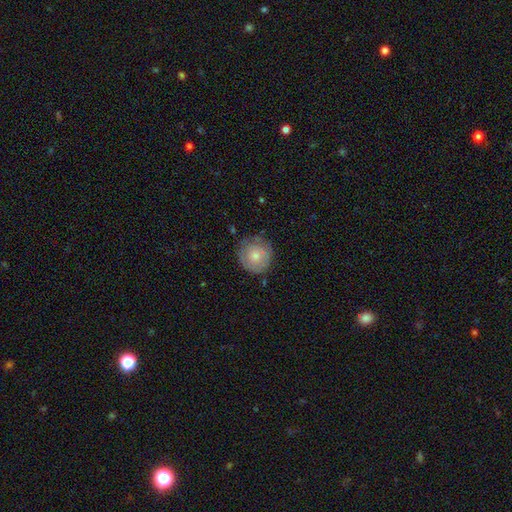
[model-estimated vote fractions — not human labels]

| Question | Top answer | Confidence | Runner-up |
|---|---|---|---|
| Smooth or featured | smooth | 58% | featured or disk (35%) |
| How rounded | round | 92% | in between (7%) |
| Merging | none | 72% | minor disturbance (20%) |